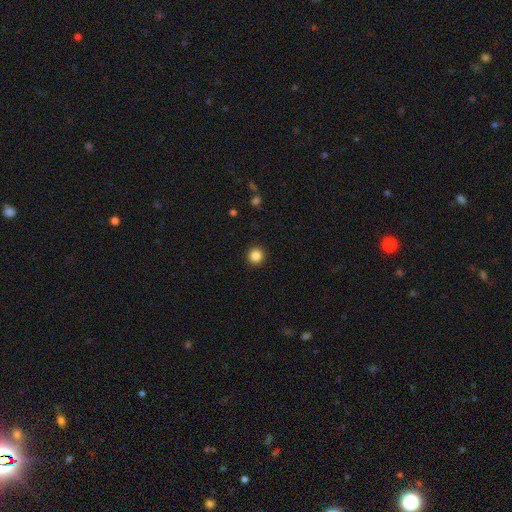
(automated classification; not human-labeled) smooth_or_featured: smooth (p=0.86) [alt: star or artifact p=0.11]
how_rounded: round (p=0.94) [alt: in between p=0.05]
merging: none (p=0.93) [alt: minor disturbance p=0.05]